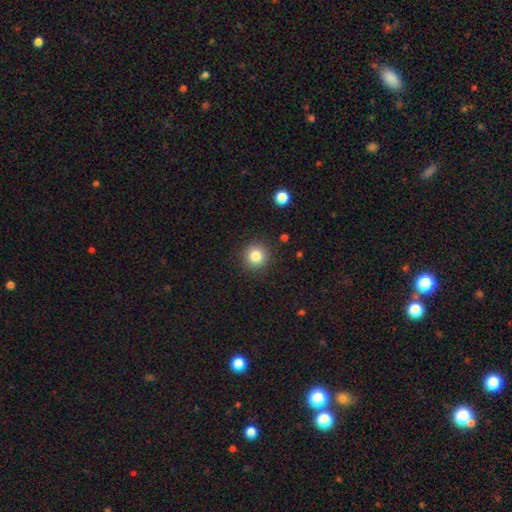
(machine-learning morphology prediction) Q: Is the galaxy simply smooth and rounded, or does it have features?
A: smooth — 83%.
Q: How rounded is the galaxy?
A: round — 93%.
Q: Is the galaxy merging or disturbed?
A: none — 90%.